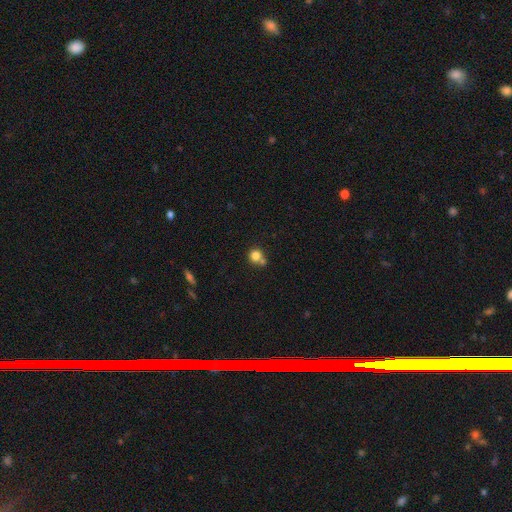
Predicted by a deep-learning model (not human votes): Overall: smooth (80%). How rounded: round (87%). Merging: none (50%; merger 36%).